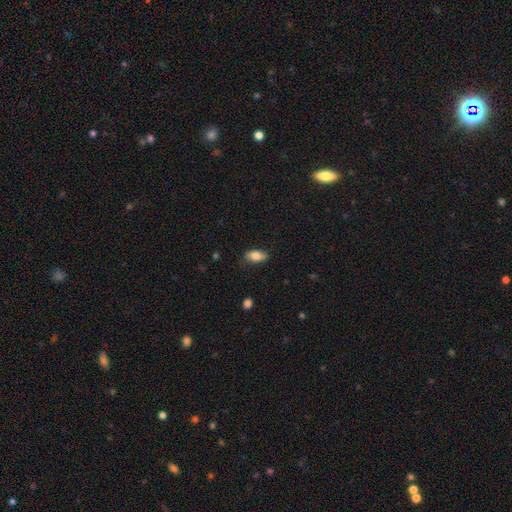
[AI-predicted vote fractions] Q: Smooth or featured?
A: smooth (82%); runner-up: featured or disk (11%)
Q: How rounded?
A: in between (89%); runner-up: cigar-shaped (7%)
Q: Merging?
A: none (76%); runner-up: minor disturbance (19%)